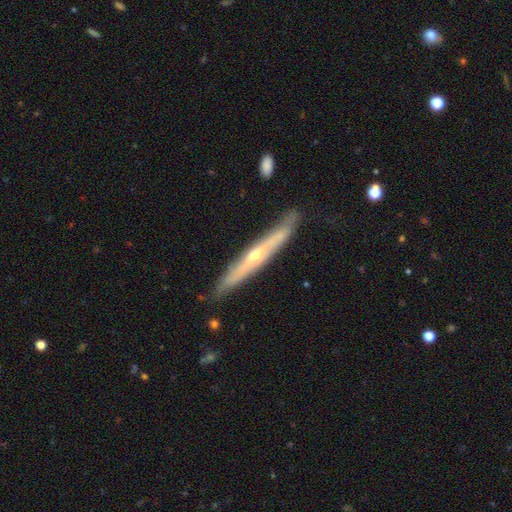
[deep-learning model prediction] A featured or disk galaxy (69%) viewed edge-on (90%) with a rounded central bulge (76%).

Vote fractions:
- Smooth or featured? featured or disk: 69% / smooth: 25% / star or artifact: 6%
- Edge-on disk? yes: 90% / no: 10%
- Edge-on bulge? rounded: 76% / none: 22% / boxy: 2%
- Merging? none: 82% / minor disturbance: 14% / major disturbance: 2% / merger: 2%